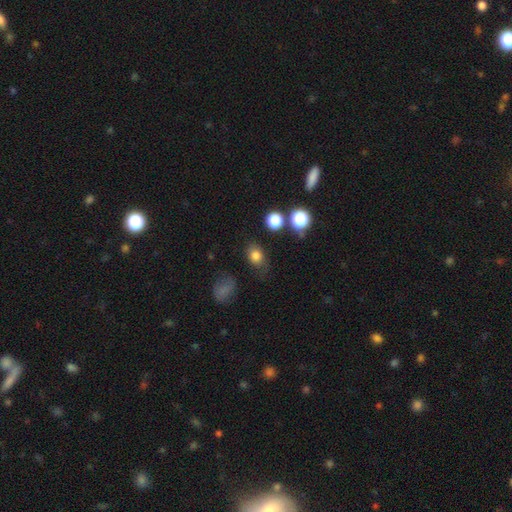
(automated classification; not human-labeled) A smooth galaxy with no disk features (80%) that is in between round and cigar-shaped (62%).

Vote fractions:
- Smooth or featured? smooth: 80% / star or artifact: 12% / featured or disk: 8%
- How rounded? in between: 62% / round: 37% / cigar-shaped: 2%
- Merging? none: 70% / minor disturbance: 19% / major disturbance: 7% / merger: 4%